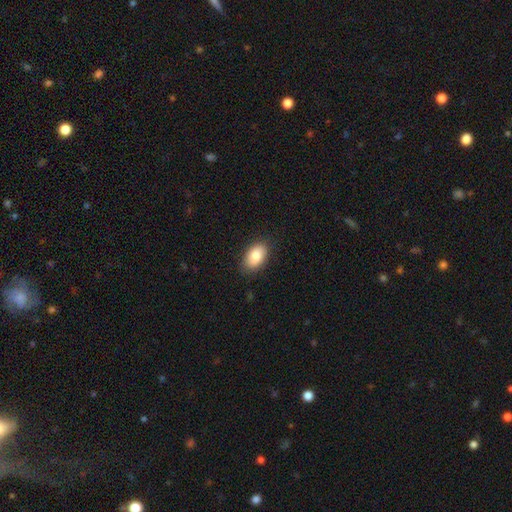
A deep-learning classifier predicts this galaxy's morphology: Q: Smooth or featured?
A: smooth (84%); runner-up: featured or disk (9%)
Q: How rounded?
A: in between (92%); runner-up: round (6%)
Q: Merging?
A: none (86%); runner-up: minor disturbance (11%)